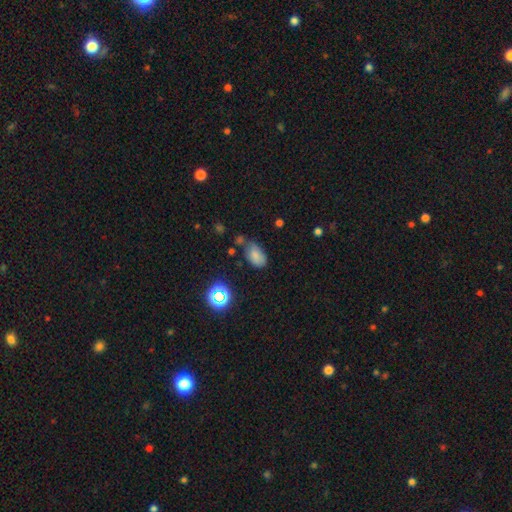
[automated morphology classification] Smooth or featured? Predicted: smooth (p=0.74). How rounded? Predicted: in between (p=0.90). Merging? Predicted: none (p=0.51).